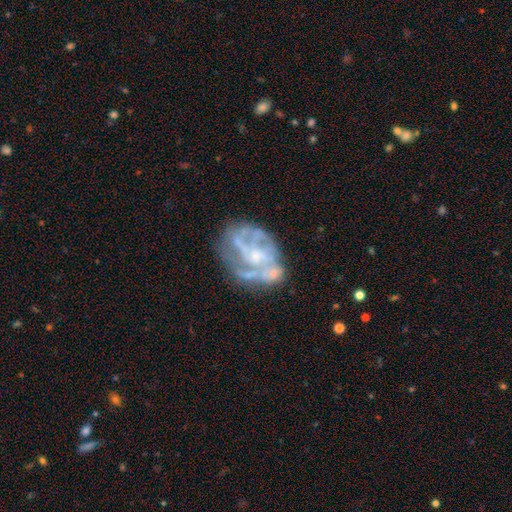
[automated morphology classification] Smooth or featured? featured or disk (81%)
Edge-on disk? no (97%)
Bar? no (63%)
Spiral arms? yes (71%)
Spiral winding? medium (41%)
Spiral arm count? can't tell (37%)
Bulge size? small (47%)
Merging? none (57%)